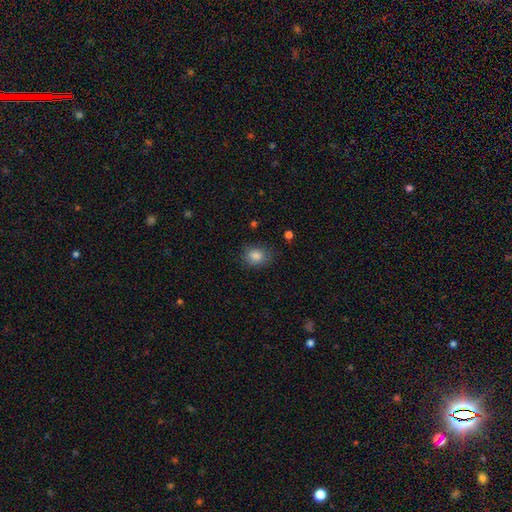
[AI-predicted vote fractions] This is clearly a smooth galaxy (84%). How rounded: possibly round (57%). Merging: likely none (74%).